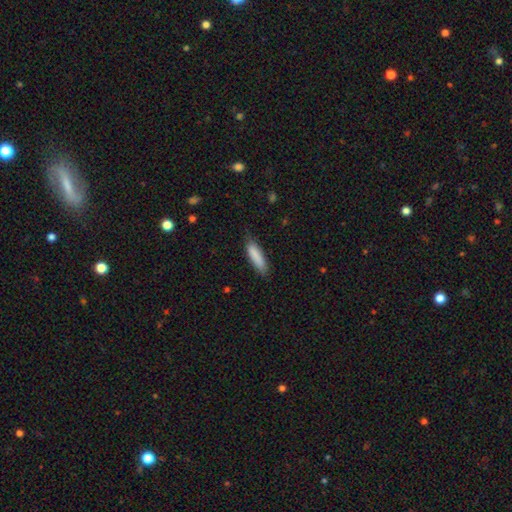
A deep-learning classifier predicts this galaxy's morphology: Q: Smooth or featured?
A: smooth (86%); runner-up: featured or disk (8%)
Q: How rounded?
A: cigar-shaped (66%); runner-up: in between (32%)
Q: Merging?
A: none (76%); runner-up: minor disturbance (19%)